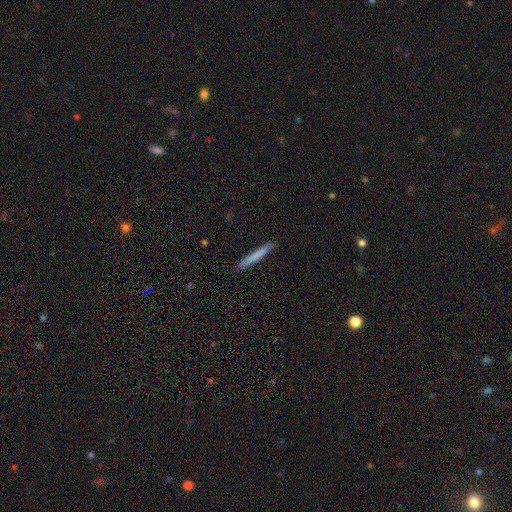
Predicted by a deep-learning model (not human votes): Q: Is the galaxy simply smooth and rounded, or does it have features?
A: smooth — 72%.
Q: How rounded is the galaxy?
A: cigar-shaped — 97%.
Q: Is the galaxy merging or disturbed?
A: none — 90%.